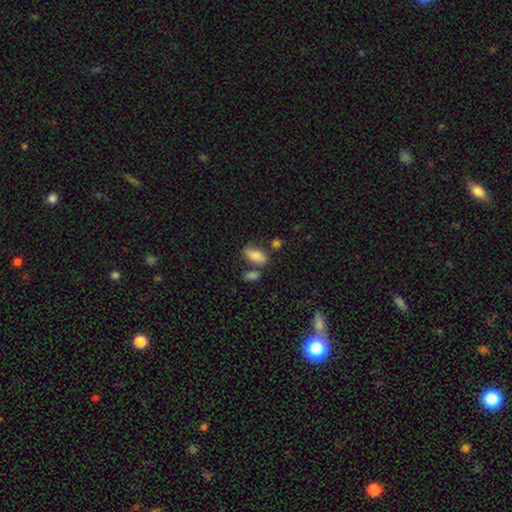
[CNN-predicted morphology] Smooth or featured? smooth (81%)
How rounded? in between (88%)
Merging? none (63%)